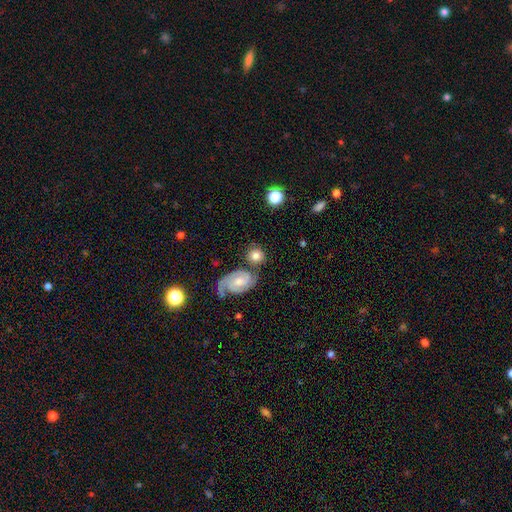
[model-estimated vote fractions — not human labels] smooth 68%, featured or disk 24%, star or artifact 8%. Down the decision tree: how rounded — round (79%); merging — none (65%).